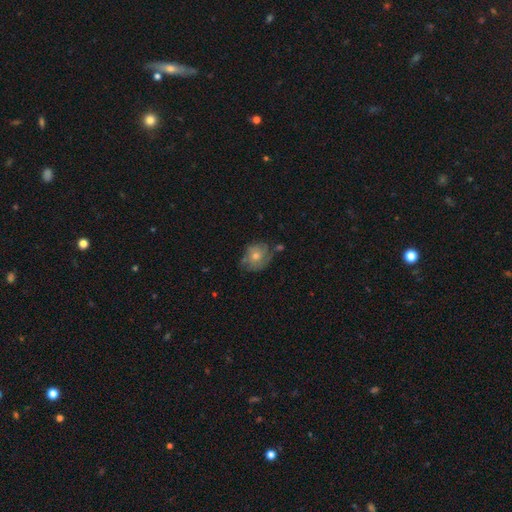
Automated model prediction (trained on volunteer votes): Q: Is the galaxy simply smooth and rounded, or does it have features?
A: featured or disk — 51%.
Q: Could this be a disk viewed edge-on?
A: no — 96%.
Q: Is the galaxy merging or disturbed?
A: none — 66%.